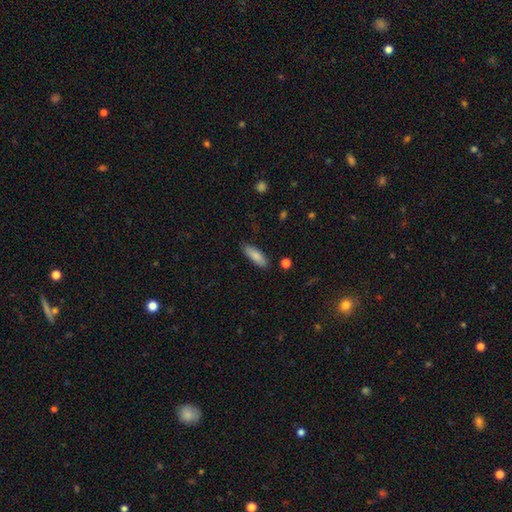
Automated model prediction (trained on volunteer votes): The model was most divided on "how rounded": in between: 58%, cigar-shaped: 40%, round: 2%. More confident: smooth or featured — smooth (84%); merging — none (84%).